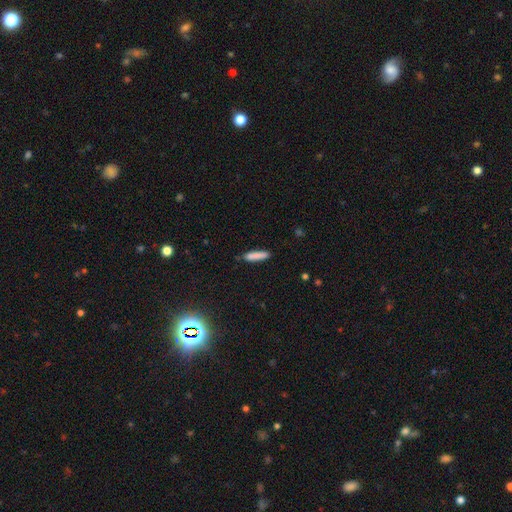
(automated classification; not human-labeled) The model was most divided on "merging": none: 82%, minor disturbance: 13%, major disturbance: 2%, merger: 2%. More confident: how rounded — cigar-shaped (85%); smooth or featured — smooth (84%).